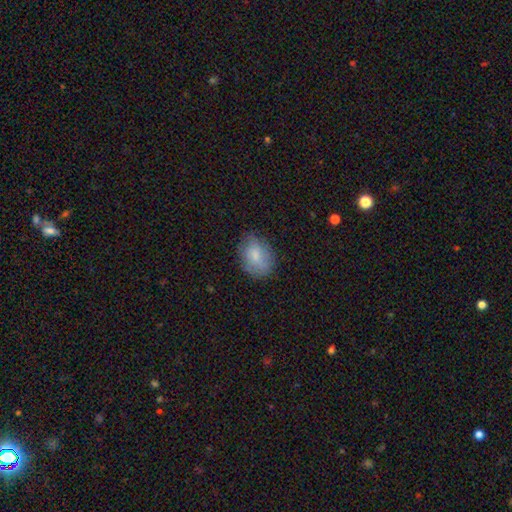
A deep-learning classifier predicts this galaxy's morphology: type=smooth (79%); roundness=in between (72%); merging=none (74%).